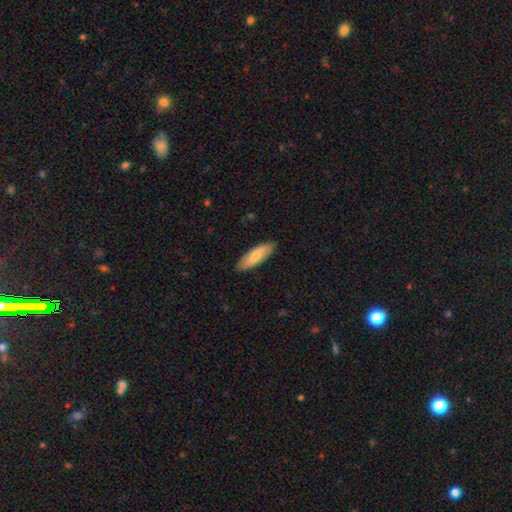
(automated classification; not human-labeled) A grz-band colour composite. It shows a smooth galaxy with no disk features (73%) that is in between round and cigar-shaped (58%). Merging: none (85%).